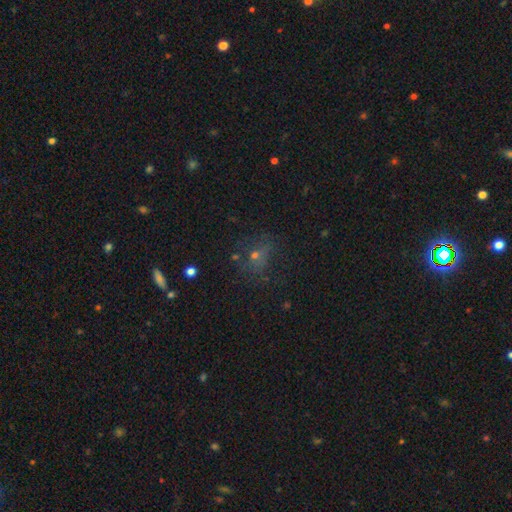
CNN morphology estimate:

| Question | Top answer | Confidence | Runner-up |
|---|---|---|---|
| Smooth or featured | smooth | 45% | star or artifact (31%) |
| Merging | none | 60% | minor disturbance (19%) |